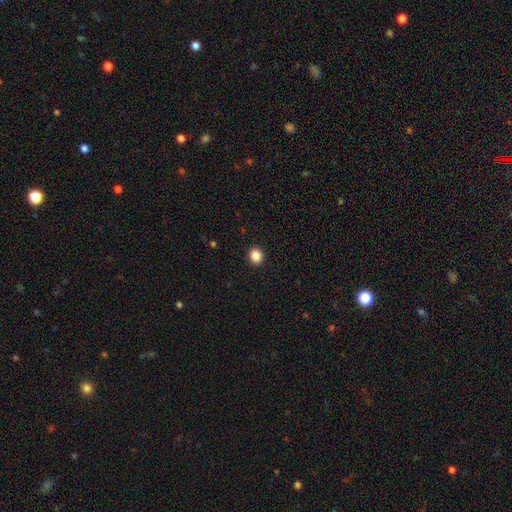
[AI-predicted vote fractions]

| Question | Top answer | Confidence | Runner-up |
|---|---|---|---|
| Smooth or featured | smooth | 86% | star or artifact (10%) |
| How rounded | round | 74% | in between (25%) |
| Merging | none | 92% | minor disturbance (5%) |